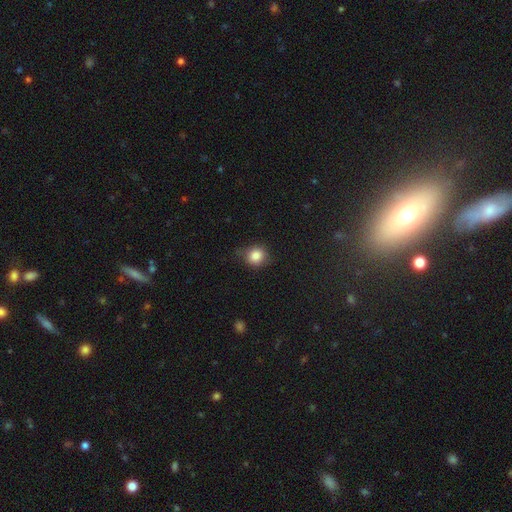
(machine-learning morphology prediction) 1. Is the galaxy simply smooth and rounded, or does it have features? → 84% smooth, 10% star or artifact, 6% featured or disk.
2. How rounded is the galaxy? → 81% round, 18% in between, 1% cigar-shaped.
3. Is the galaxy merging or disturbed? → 69% none, 23% minor disturbance, 6% major disturbance, 1% merger.